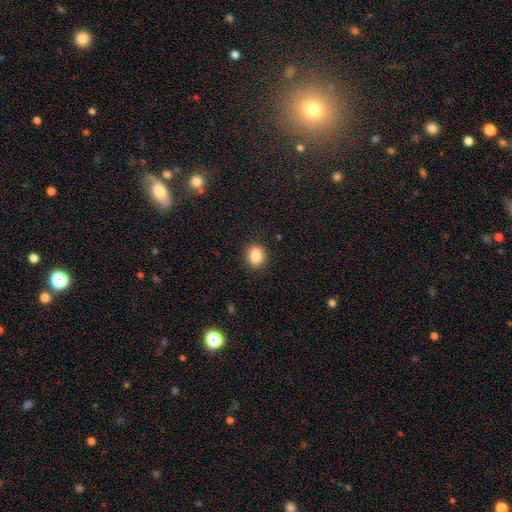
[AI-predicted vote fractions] Smooth or featured? Predicted: smooth (p=0.85). How rounded? Predicted: round (p=0.71). Merging? Predicted: none (p=0.90).